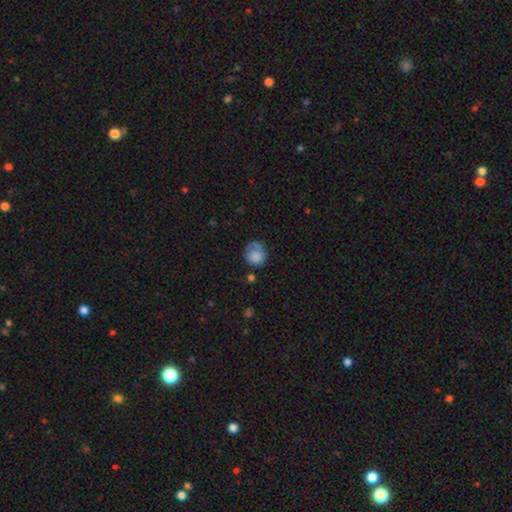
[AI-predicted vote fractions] Smooth or featured: smooth — 79% (featured or disk — 13%)
How rounded: round — 85% (in between — 14%)
Merging: none — 57% (minor disturbance — 26%)